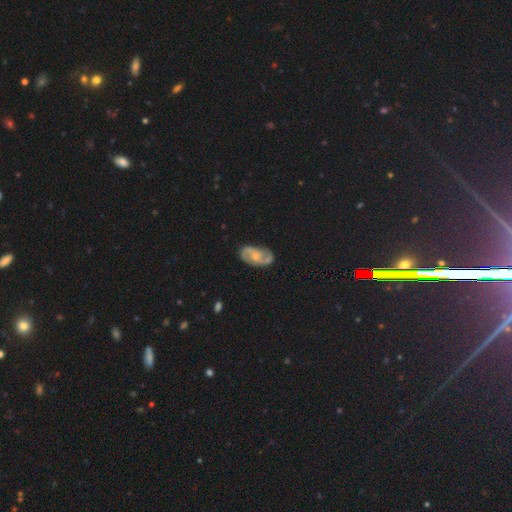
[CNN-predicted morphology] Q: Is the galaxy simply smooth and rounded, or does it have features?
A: featured or disk — 80%.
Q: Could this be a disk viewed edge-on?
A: no — 96%.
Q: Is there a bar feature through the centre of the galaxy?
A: no — 55%.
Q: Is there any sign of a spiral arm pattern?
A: yes — 94%.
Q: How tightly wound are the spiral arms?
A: medium — 51%.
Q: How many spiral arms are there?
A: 2 — 84%.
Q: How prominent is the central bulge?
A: moderate — 50%.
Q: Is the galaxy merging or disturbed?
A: none — 77%.